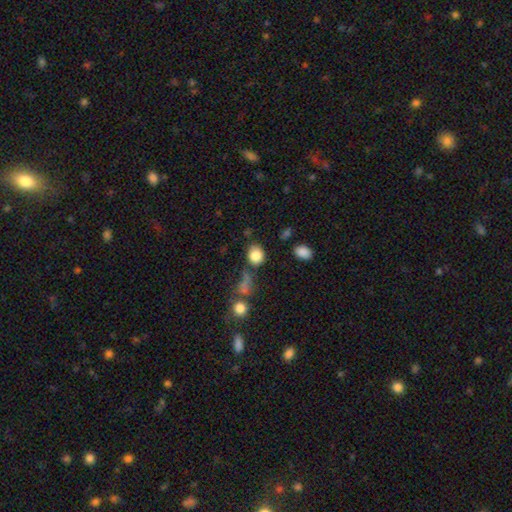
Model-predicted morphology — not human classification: A smooth galaxy with no disk features (84%) that is round (64%).

Vote fractions:
- Smooth or featured? smooth: 84% / star or artifact: 9% / featured or disk: 7%
- How rounded? round: 64% / in between: 35% / cigar-shaped: 1%
- Merging? none: 70% / minor disturbance: 14% / merger: 9% / major disturbance: 6%